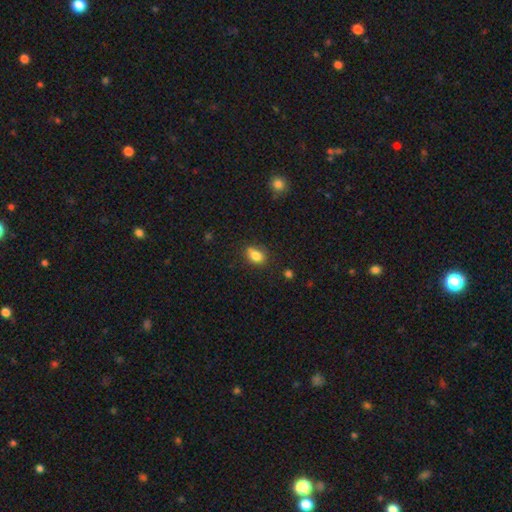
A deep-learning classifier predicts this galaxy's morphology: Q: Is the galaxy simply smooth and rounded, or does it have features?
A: smooth — 81%.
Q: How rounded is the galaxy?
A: in between — 66%.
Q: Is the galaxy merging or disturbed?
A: none — 62%.